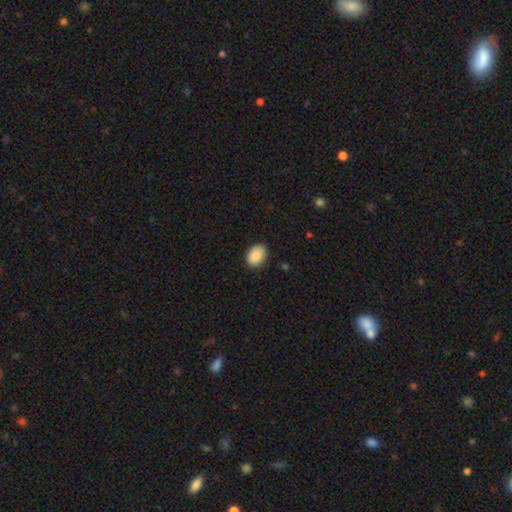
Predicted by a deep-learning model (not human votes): Morphology: type=smooth (89%); roundness=in between (75%); merging=none (86%).